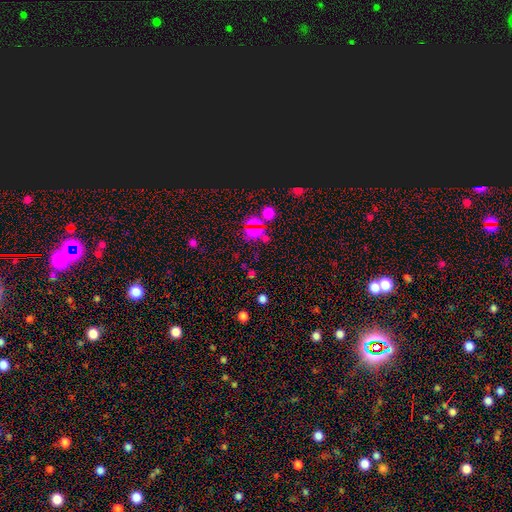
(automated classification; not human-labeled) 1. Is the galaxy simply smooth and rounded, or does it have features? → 54% star or artifact, 38% smooth, 8% featured or disk.